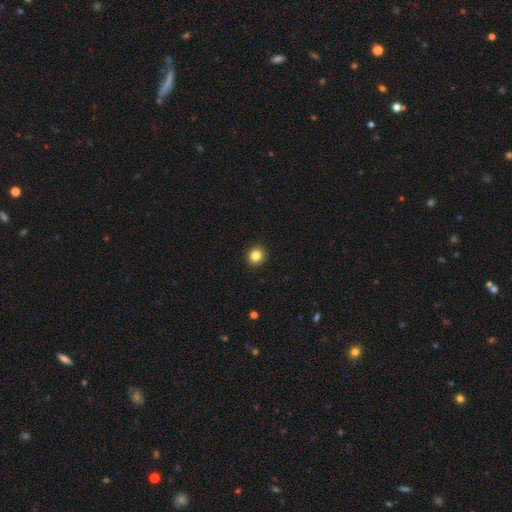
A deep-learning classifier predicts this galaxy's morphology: Smooth or featured: smooth — 84% (star or artifact — 11%)
How rounded: round — 91% (in between — 8%)
Merging: none — 93% (minor disturbance — 5%)